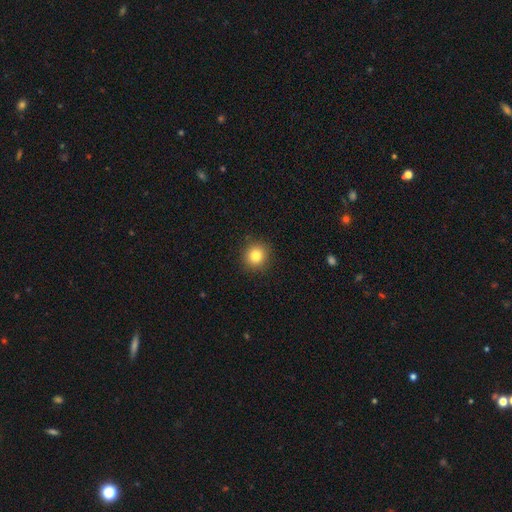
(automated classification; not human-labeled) A smooth galaxy with no disk features (82%) that is round (92%). Merging: none (91%).